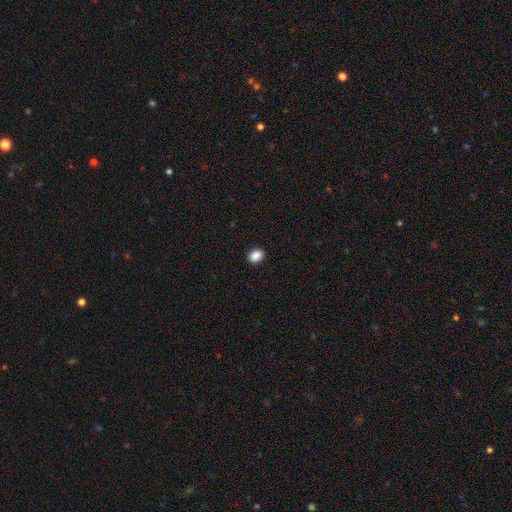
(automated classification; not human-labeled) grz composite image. It shows a smooth galaxy with no disk features (88%) that is in between round and cigar-shaped (58%). Merging: none (91%).